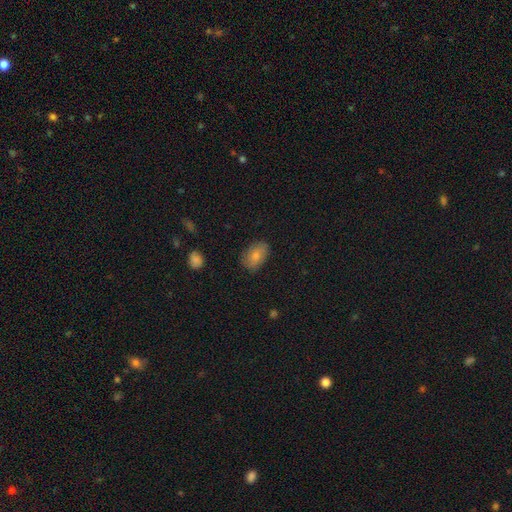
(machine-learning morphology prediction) Smooth or featured?
  - smooth: 78% *
  - featured or disk: 14%
  - star or artifact: 7%
How rounded?
  - in between: 87% *
  - round: 12%
  - cigar-shaped: 1%
Merging?
  - none: 77% *
  - minor disturbance: 18%
  - major disturbance: 4%
  - merger: 1%